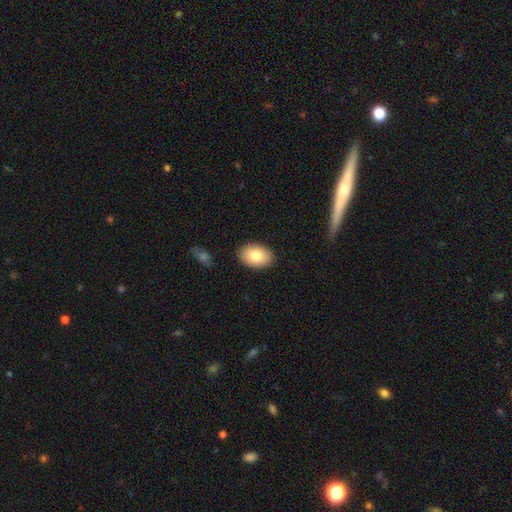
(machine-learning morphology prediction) Smooth or featured: smooth — 84% (featured or disk — 10%)
How rounded: in between — 87% (round — 12%)
Merging: none — 88% (minor disturbance — 9%)